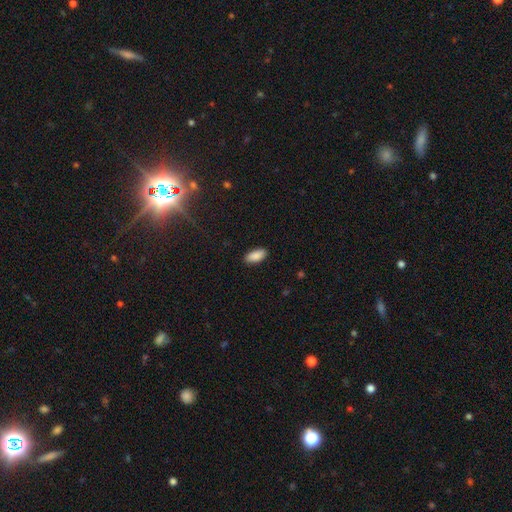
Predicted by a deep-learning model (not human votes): Smooth or featured?
  - smooth: 89% *
  - star or artifact: 7%
  - featured or disk: 4%
How rounded?
  - in between: 89% *
  - cigar-shaped: 9%
  - round: 2%
Merging?
  - none: 89% *
  - minor disturbance: 9%
  - major disturbance: 2%
  - merger: 1%